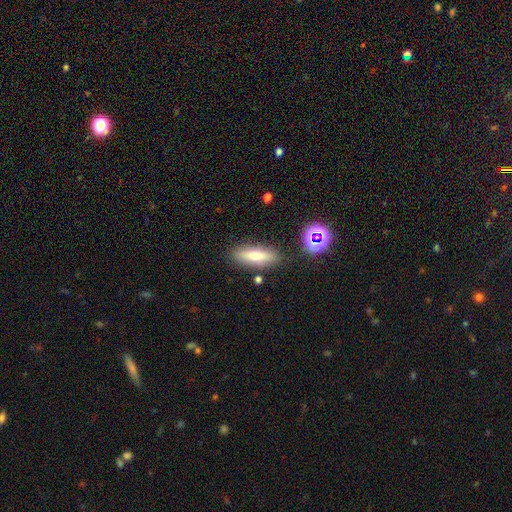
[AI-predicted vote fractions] A smooth galaxy with no disk features (70%) that is in between round and cigar-shaped (52%). Merging: none (83%).